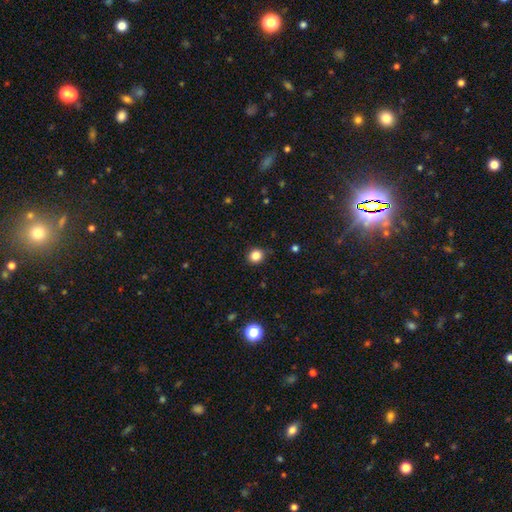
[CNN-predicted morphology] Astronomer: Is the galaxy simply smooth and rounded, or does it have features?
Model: smooth — 85%.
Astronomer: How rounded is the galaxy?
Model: round — 81%.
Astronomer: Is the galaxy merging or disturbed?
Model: none — 88%.